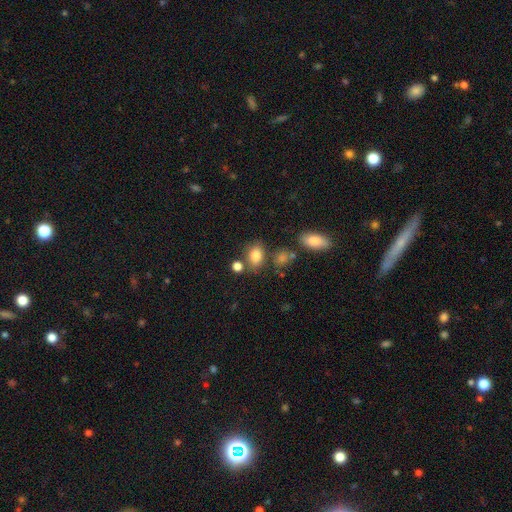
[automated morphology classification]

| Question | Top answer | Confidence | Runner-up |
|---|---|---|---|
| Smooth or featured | smooth | 82% | star or artifact (10%) |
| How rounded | in between | 79% | round (19%) |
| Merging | none | 70% | minor disturbance (14%) |